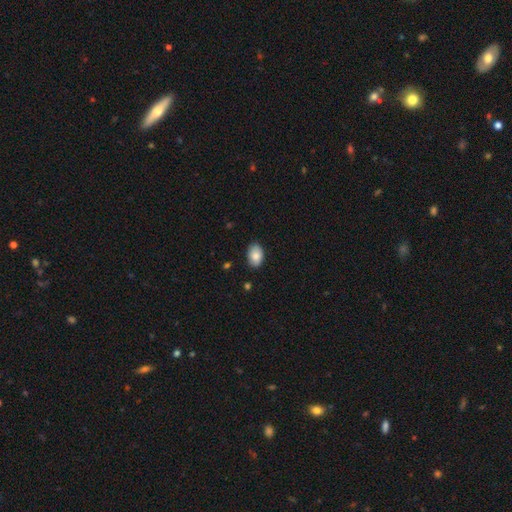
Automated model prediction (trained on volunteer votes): This is clearly a smooth galaxy (85%). How rounded: clearly in between (89%). Merging: clearly none (85%).